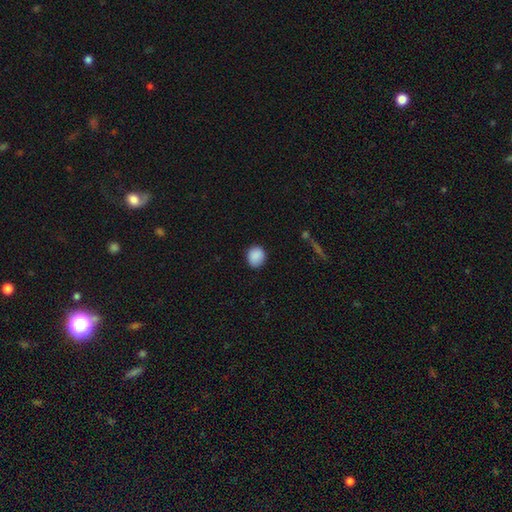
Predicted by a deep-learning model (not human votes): A smooth galaxy with no disk features (89%) that is round (75%). Merging: none (84%).